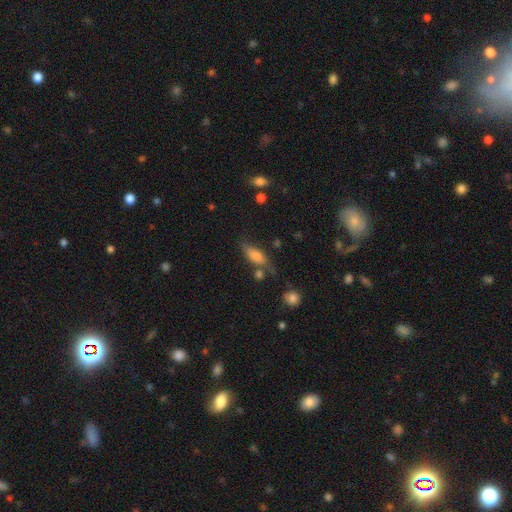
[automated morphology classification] Smooth or featured? Predicted: smooth (p=0.66). How rounded? Predicted: in between (p=0.68). Merging? Predicted: none (p=0.52).